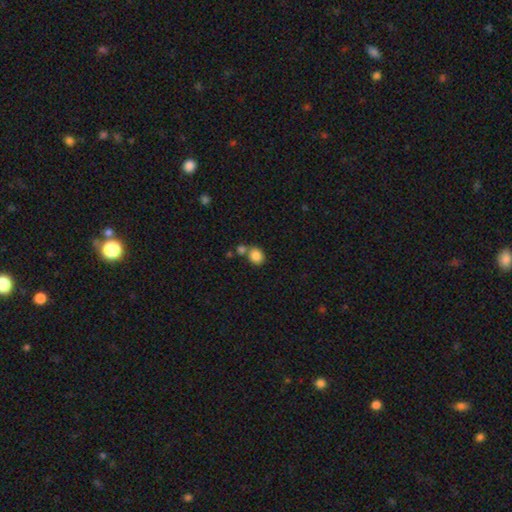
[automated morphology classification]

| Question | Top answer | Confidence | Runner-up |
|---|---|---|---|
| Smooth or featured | smooth | 85% | star or artifact (9%) |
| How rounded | round | 68% | in between (31%) |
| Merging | none | 58% | merger (29%) |